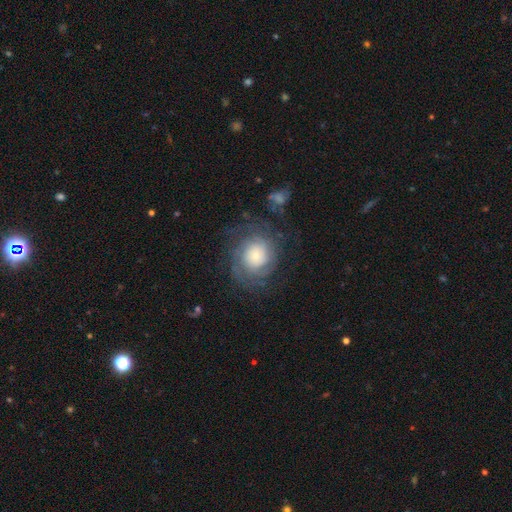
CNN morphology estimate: Smooth or featured?
  - featured or disk: 64% *
  - smooth: 28%
  - star or artifact: 8%
Edge-on disk?
  - no: 98% *
  - yes: 2%
Bar?
  - no: 81% *
  - weak: 16%
  - strong: 3%
Spiral arms?
  - yes: 90% *
  - no: 10%
Spiral winding?
  - tight: 60% *
  - medium: 28%
  - loose: 12%
Spiral arm count?
  - can't tell: 41% *
  - 2: 19%
  - 3: 16%
  - 4: 11%
  - more than 4: 7%
  - 1: 7%
Bulge size?
  - large: 35% *
  - small: 28%
  - moderate: 23%
  - dominant: 10%
  - none: 4%
Merging?
  - none: 66% *
  - minor disturbance: 17%
  - major disturbance: 15%
  - merger: 2%